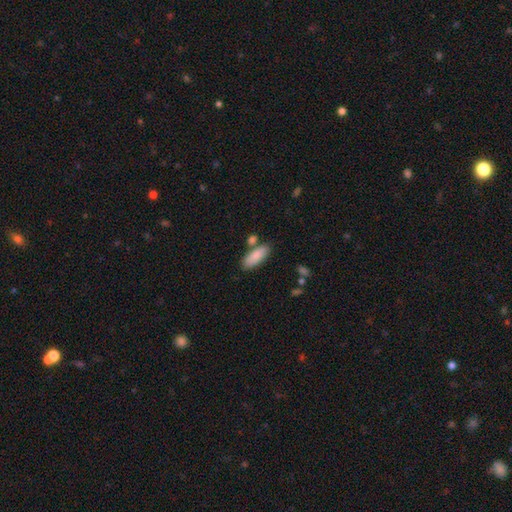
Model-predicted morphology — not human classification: smooth 86%, featured or disk 8%, star or artifact 6%. Down the decision tree: how rounded — in between (75%); merging — none (72%).